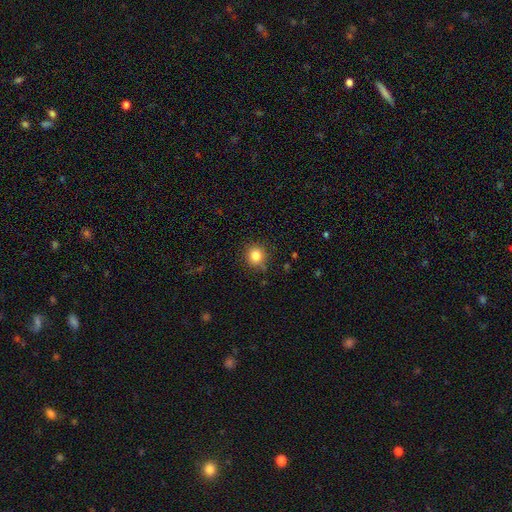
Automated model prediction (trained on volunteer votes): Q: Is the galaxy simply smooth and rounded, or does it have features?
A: smooth — 83%.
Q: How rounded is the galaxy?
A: round — 90%.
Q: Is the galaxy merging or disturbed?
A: none — 83%.